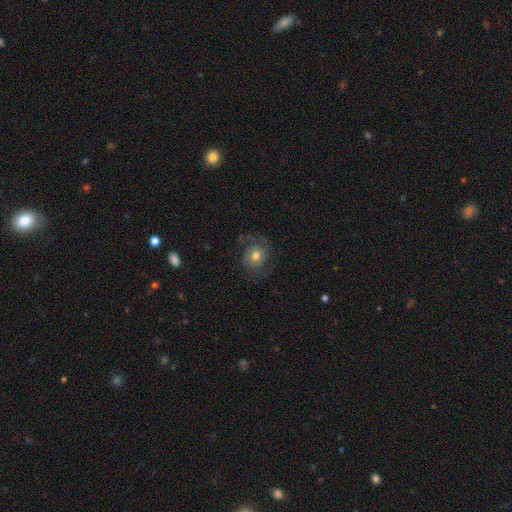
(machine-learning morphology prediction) This appears to be a featured or disk galaxy (59%) with no bar (76%), spiral arms (86%) and a moderate central bulge (72%). Merging: none (62%).